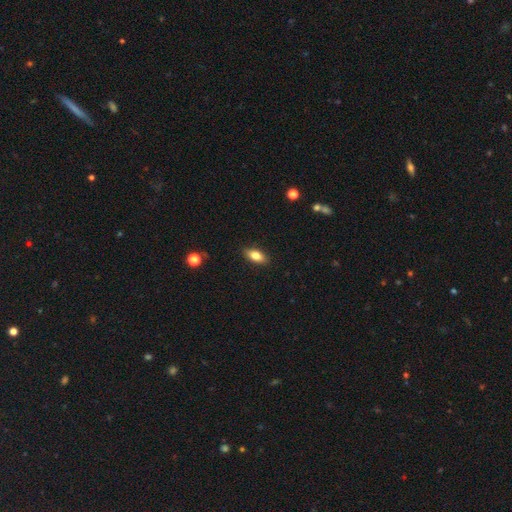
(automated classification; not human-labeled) The model was most divided on "smooth or featured": smooth: 76%, featured or disk: 17%, star or artifact: 8%. More confident: merging — none (88%); how rounded — in between (85%).